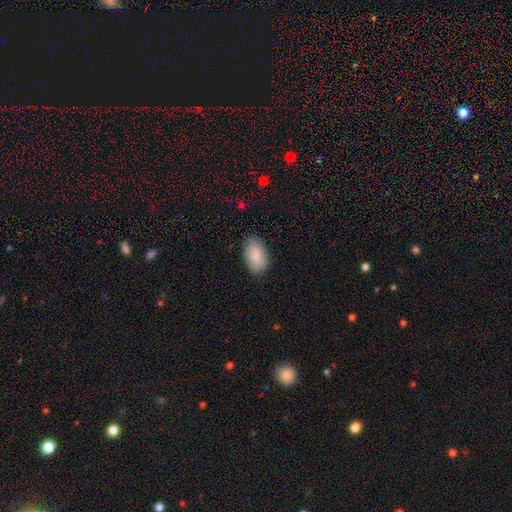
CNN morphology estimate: The model was most divided on "merging": none: 82%, minor disturbance: 14%, major disturbance: 3%, merger: 1%. More confident: how rounded — in between (94%); smooth or featured — smooth (88%).